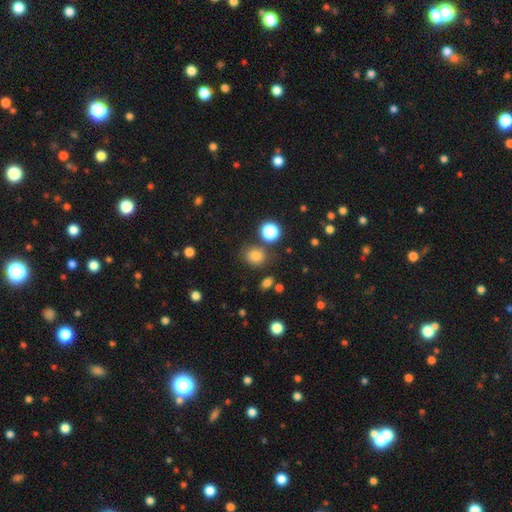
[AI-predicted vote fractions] Smooth or featured? Predicted: smooth (p=0.77). How rounded? Predicted: round (p=0.69). Merging? Predicted: none (p=0.77).